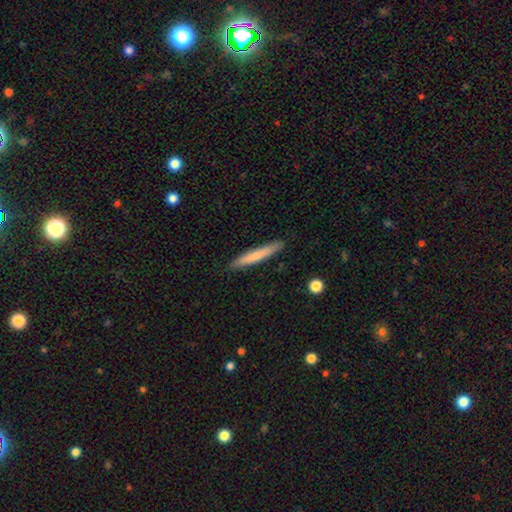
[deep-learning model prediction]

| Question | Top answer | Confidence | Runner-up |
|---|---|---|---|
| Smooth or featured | smooth | 71% | featured or disk (23%) |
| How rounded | cigar-shaped | 95% | in between (4%) |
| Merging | none | 89% | minor disturbance (8%) |